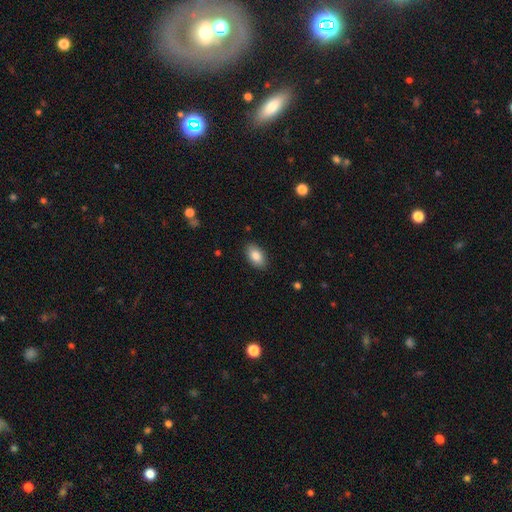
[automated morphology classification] Overall: smooth (86%). How rounded: in between (93%). Merging: none (88%).